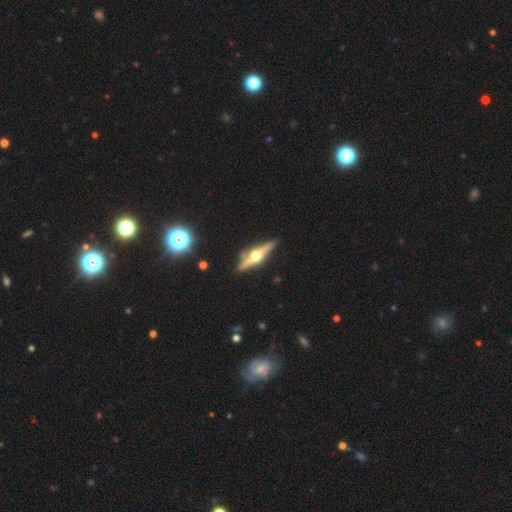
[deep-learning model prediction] Smooth or featured: featured or disk — 77% (smooth — 17%)
Edge-on disk: yes — 97% (no — 3%)
Edge-on bulge: rounded — 96% (boxy — 3%)
Merging: none — 85% (minor disturbance — 10%)